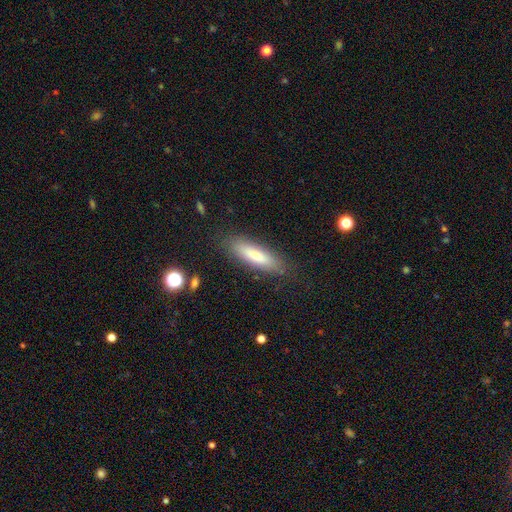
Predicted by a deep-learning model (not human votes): This is likely a smooth galaxy (75%). How rounded: likely cigar-shaped (65%). Merging: clearly none (84%).